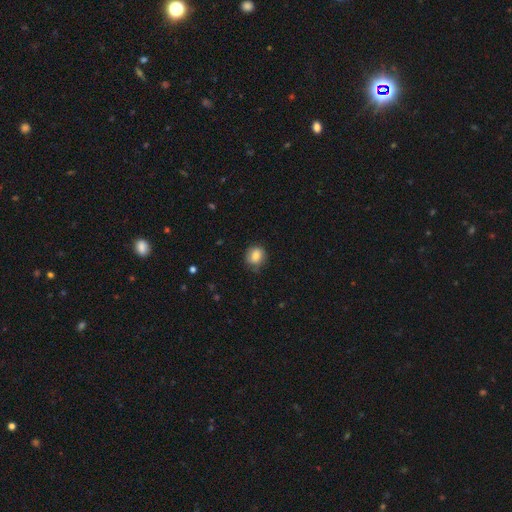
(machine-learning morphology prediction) Q: Smooth or featured?
A: smooth (83%); runner-up: featured or disk (8%)
Q: How rounded?
A: round (65%); runner-up: in between (34%)
Q: Merging?
A: none (73%); runner-up: minor disturbance (21%)